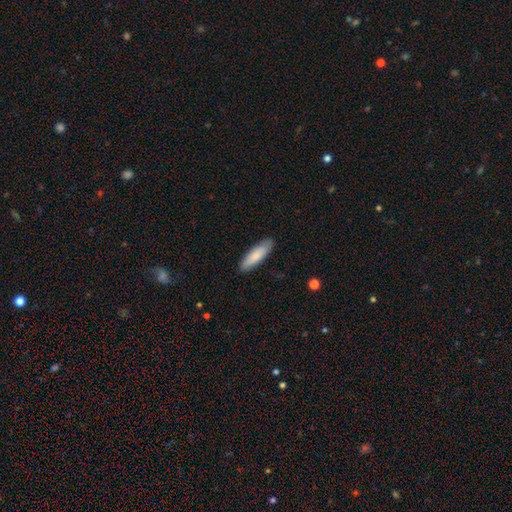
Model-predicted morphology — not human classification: type=smooth (81%); roundness=cigar-shaped (57%); merging=none (87%).